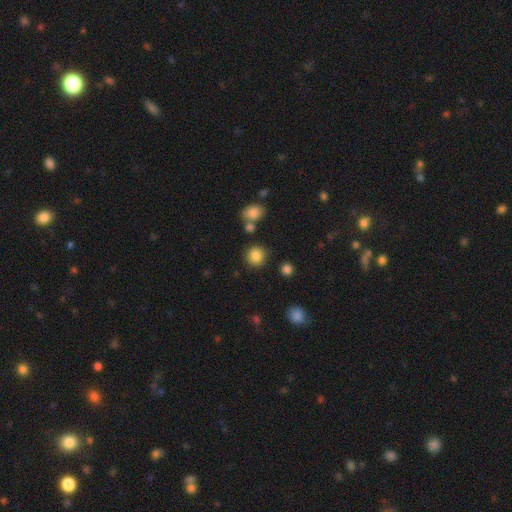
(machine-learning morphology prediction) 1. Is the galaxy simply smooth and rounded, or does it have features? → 85% smooth, 11% star or artifact, 5% featured or disk.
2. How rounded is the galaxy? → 89% round, 10% in between, 1% cigar-shaped.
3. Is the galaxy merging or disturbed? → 82% none, 9% minor disturbance, 6% merger, 3% major disturbance.